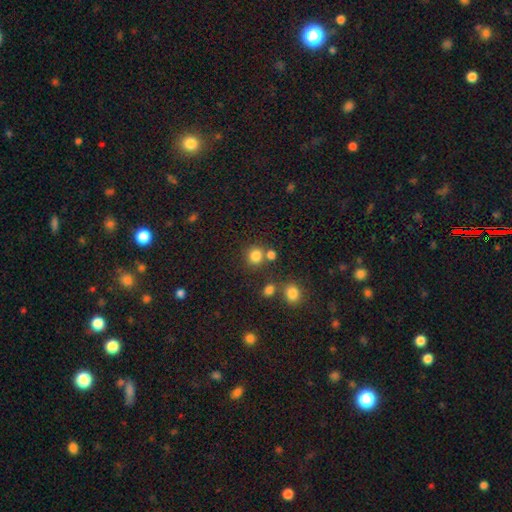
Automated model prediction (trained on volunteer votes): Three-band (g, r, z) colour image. It shows a smooth galaxy with no disk features (81%) that is round (84%). Merging: none (68%).